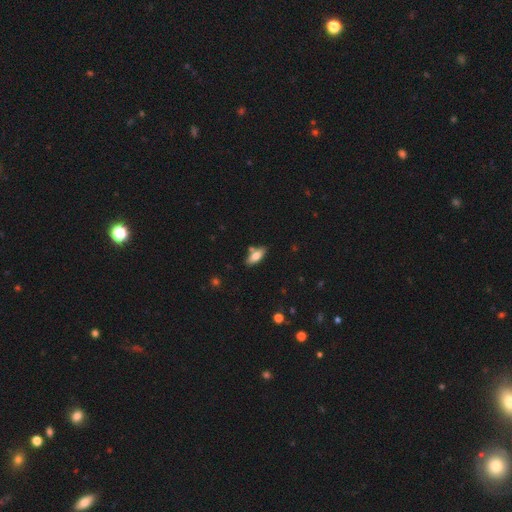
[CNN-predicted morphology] Smooth or featured: smooth — 71% (featured or disk — 22%)
How rounded: in between — 76% (cigar-shaped — 21%)
Merging: none — 74% (minor disturbance — 13%)